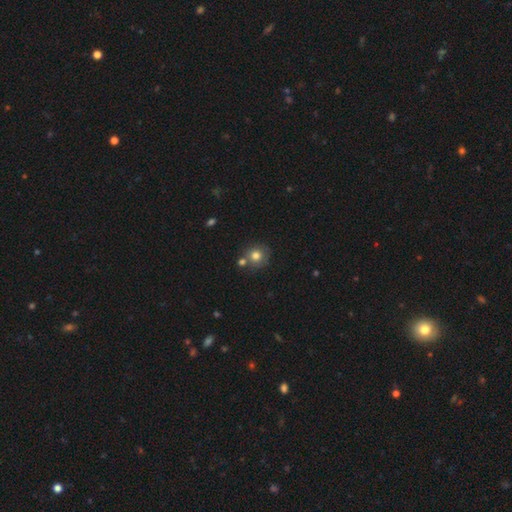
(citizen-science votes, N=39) This is clearly a smooth galaxy (87%). How rounded: clearly round (88%). Merging: likely none (65%).